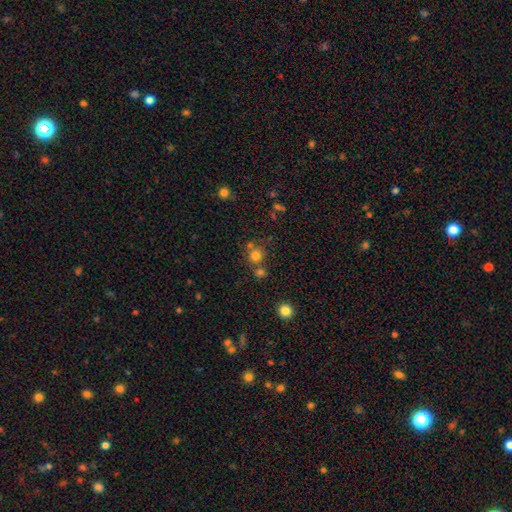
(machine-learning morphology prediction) smooth_or_featured: smooth (p=0.75) [alt: star or artifact p=0.17]
how_rounded: round (p=0.89) [alt: in between p=0.10]
merging: none (p=0.62) [alt: merger p=0.26]